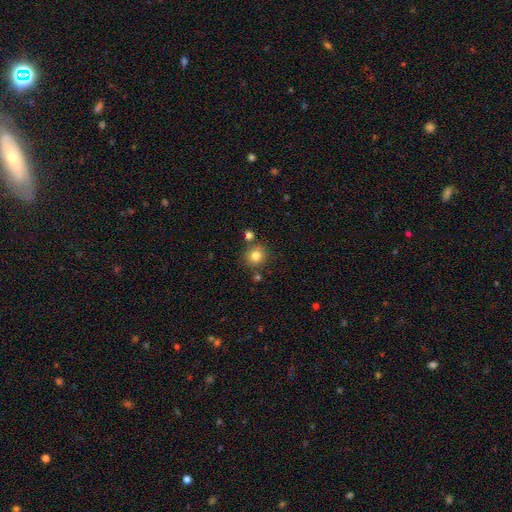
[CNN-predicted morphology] type=smooth (80%); roundness=round (90%); merging=none (78%).